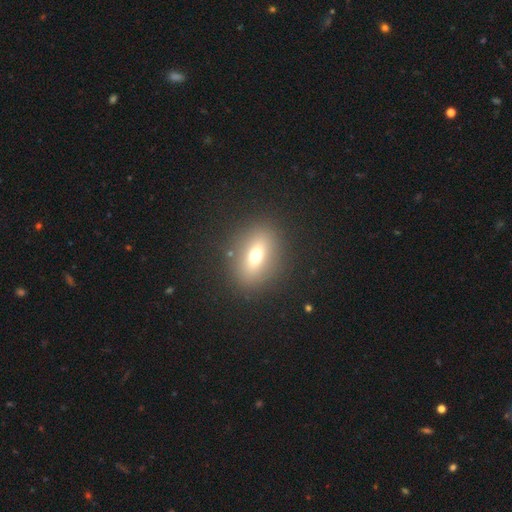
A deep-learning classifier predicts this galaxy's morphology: Smooth or featured?
  - smooth: 65% *
  - featured or disk: 20%
  - star or artifact: 15%
How rounded?
  - in between: 59% *
  - round: 36%
  - cigar-shaped: 5%
Merging?
  - none: 86% *
  - minor disturbance: 8%
  - major disturbance: 4%
  - merger: 2%